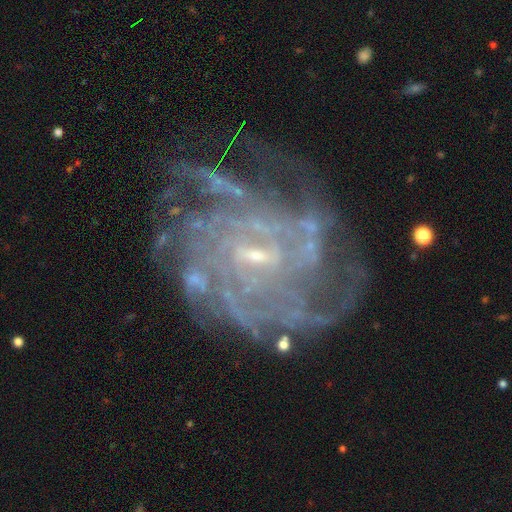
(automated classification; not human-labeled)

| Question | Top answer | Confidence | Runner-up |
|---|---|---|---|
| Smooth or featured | featured or disk | 87% | star or artifact (8%) |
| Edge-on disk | no | 98% | yes (2%) |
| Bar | weak | 53% | no (32%) |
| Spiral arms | yes | 93% | no (7%) |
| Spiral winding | tight | 61% | medium (30%) |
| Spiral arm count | can't tell | 35% | 4 (19%) |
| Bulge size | small | 77% | moderate (14%) |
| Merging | none | 62% | minor disturbance (19%) |